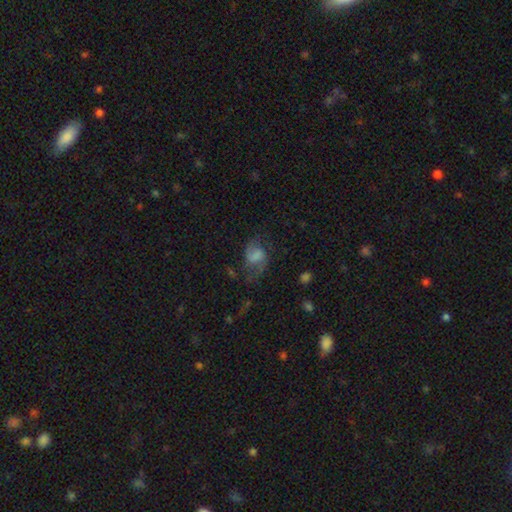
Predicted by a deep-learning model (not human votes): smooth-or-featured: featured or disk: 53% | smooth: 36% | star or artifact: 10%
  disk-edge-on: no: 97% | yes: 3%
    bar: weak: 45% | no: 38% | strong: 17%
    has-spiral-arms: yes: 83% | no: 17%
    bulge-size: none: 44% | moderate: 18% | large: 17% | small: 16% | dominant: 4%
  merging: none: 46% | major disturbance: 29% | minor disturbance: 23% | merger: 3%